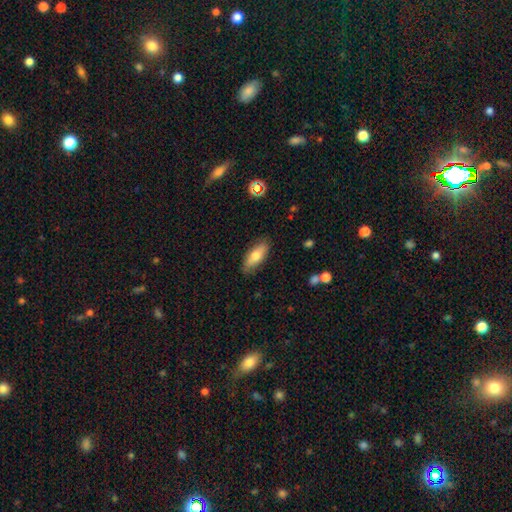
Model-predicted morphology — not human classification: smooth 72%, featured or disk 22%, star or artifact 6%. Down the decision tree: how rounded — in between (75%); merging — none (85%).